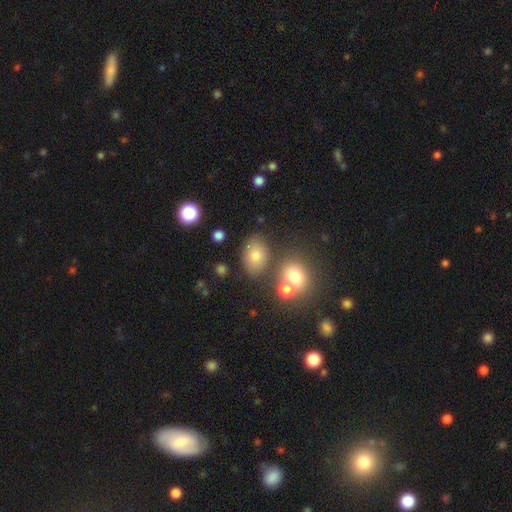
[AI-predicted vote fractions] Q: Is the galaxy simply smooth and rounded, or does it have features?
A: smooth — 74%.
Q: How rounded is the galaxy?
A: in between — 72%.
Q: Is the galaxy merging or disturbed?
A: none — 72%.